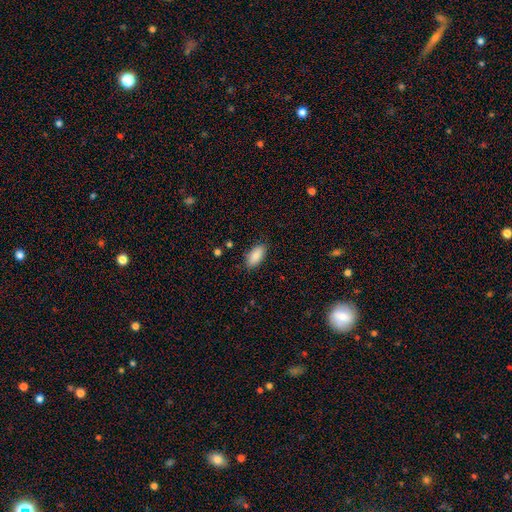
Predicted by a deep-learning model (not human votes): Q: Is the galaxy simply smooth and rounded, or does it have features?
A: smooth — 87%.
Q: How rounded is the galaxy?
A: in between — 91%.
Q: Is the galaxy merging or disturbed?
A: none — 86%.